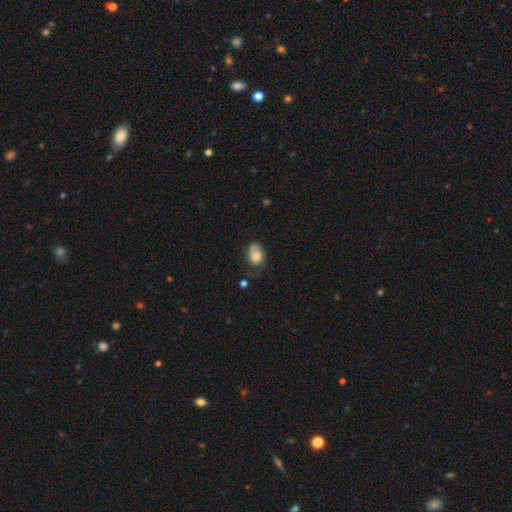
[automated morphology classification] smooth-or-featured: smooth: 71% | featured or disk: 20% | star or artifact: 9%
  how-rounded: in between: 64% | round: 35% | cigar-shaped: 1%
  merging: none: 41% | minor disturbance: 32% | major disturbance: 18% | merger: 10%